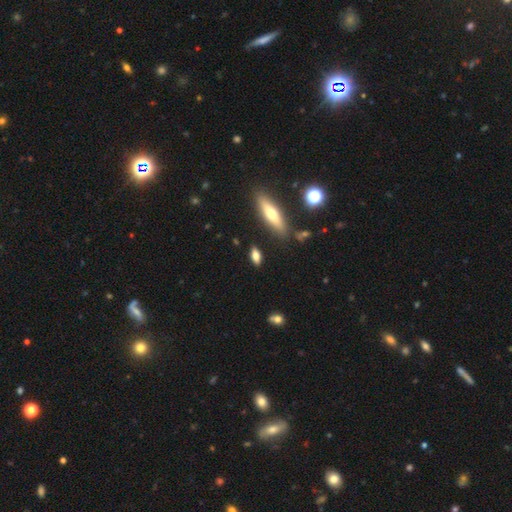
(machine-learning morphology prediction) Smooth or featured? Predicted: smooth (p=0.70). How rounded? Predicted: in between (p=0.66). Merging? Predicted: none (p=0.82).